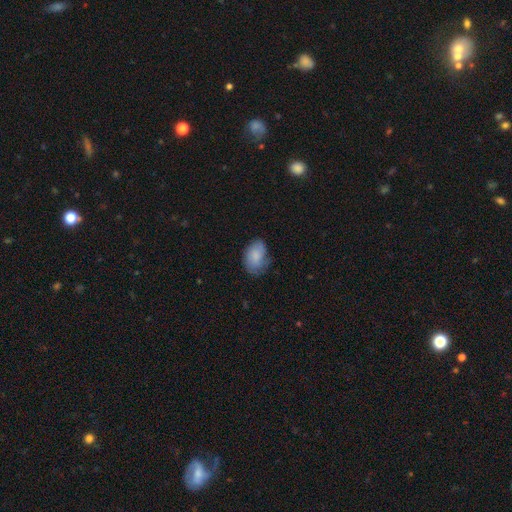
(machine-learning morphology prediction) A smooth galaxy with no disk features (79%) that is in between round and cigar-shaped (85%). Merging: none (60%).